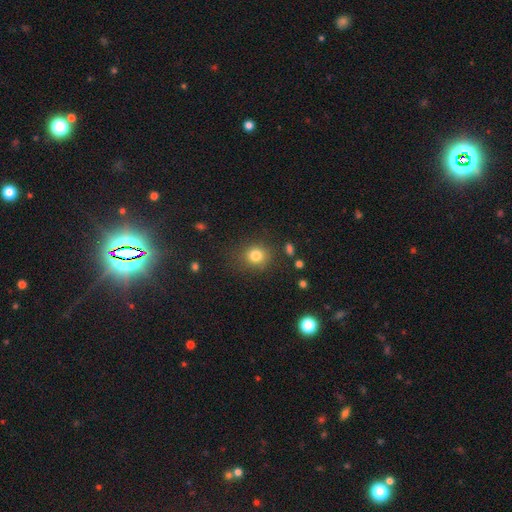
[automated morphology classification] Smooth or featured: smooth — 81% (star or artifact — 13%)
How rounded: round — 82% (in between — 17%)
Merging: none — 82% (minor disturbance — 11%)